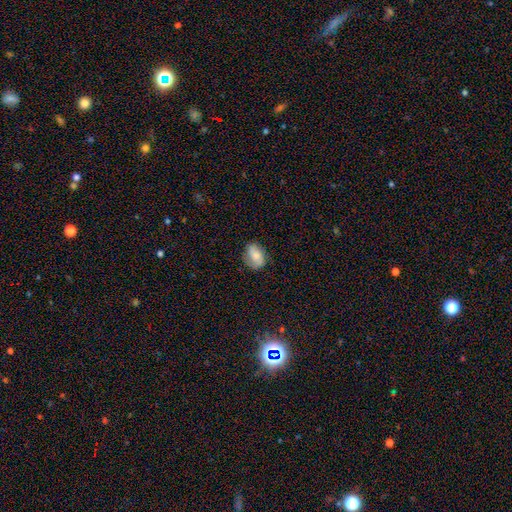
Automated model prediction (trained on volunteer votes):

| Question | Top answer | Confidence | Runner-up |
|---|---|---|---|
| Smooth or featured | smooth | 59% | featured or disk (32%) |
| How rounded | in between | 73% | round (26%) |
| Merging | none | 70% | minor disturbance (22%) |